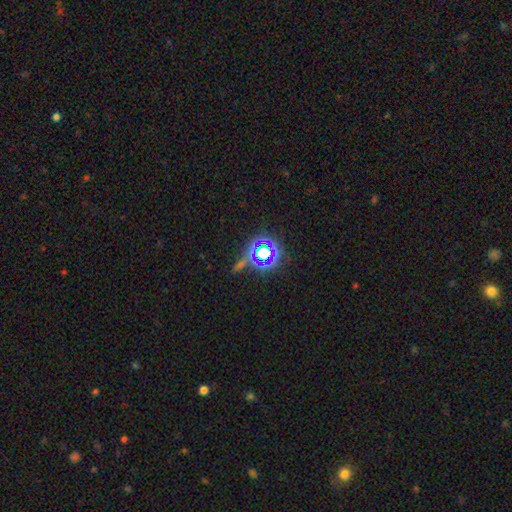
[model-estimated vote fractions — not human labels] star or artifact 73%, smooth 19%, featured or disk 8%.